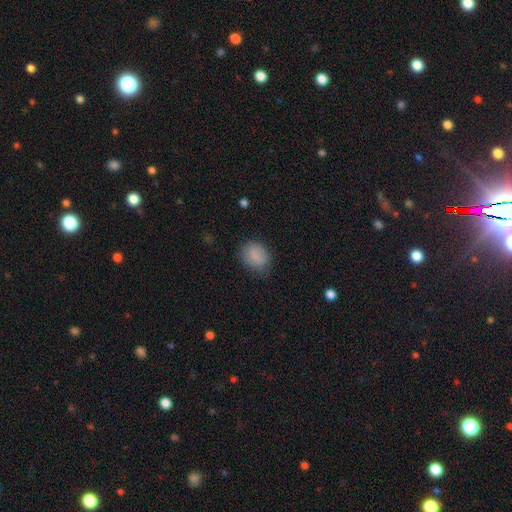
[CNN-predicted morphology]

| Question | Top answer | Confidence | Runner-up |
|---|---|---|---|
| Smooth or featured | smooth | 83% | featured or disk (9%) |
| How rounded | in between | 57% | round (41%) |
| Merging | none | 73% | minor disturbance (21%) |